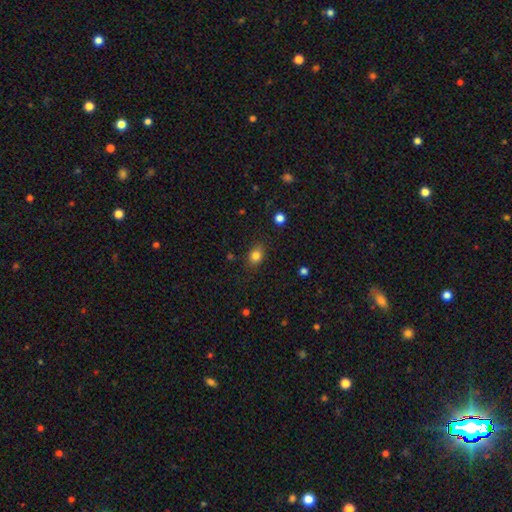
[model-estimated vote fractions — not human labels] A smooth galaxy with no disk features (83%) that is in between round and cigar-shaped (59%). Merging: none (83%).